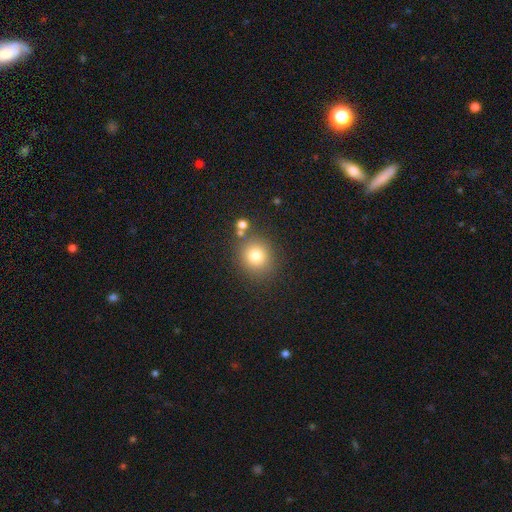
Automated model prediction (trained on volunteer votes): Smooth or featured? Predicted: smooth (p=0.80). How rounded? Predicted: round (p=0.82). Merging? Predicted: none (p=0.78).